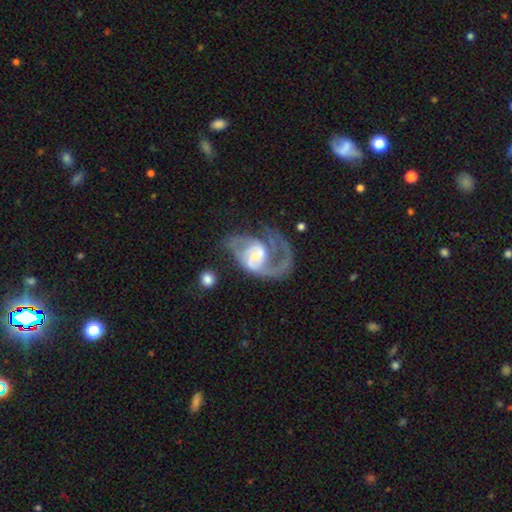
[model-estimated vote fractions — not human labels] A featured or disk galaxy (85%) with a weak bar (48%), 2 (49%) medium (48%) spiral arms (92%) and a small central bulge (45%). Merging: major disturbance (43%).